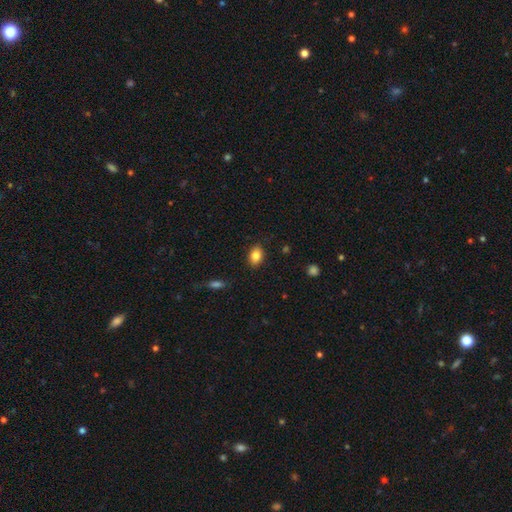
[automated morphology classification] smooth 83%, star or artifact 9%, featured or disk 8%. Down the decision tree: how rounded — in between (78%); merging — none (87%).